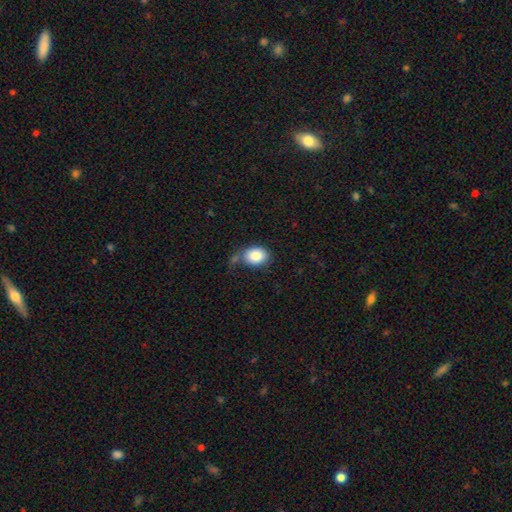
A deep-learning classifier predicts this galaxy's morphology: Q: Smooth or featured?
A: smooth (85%); runner-up: star or artifact (8%)
Q: How rounded?
A: in between (62%); runner-up: round (37%)
Q: Merging?
A: none (54%); runner-up: minor disturbance (23%)